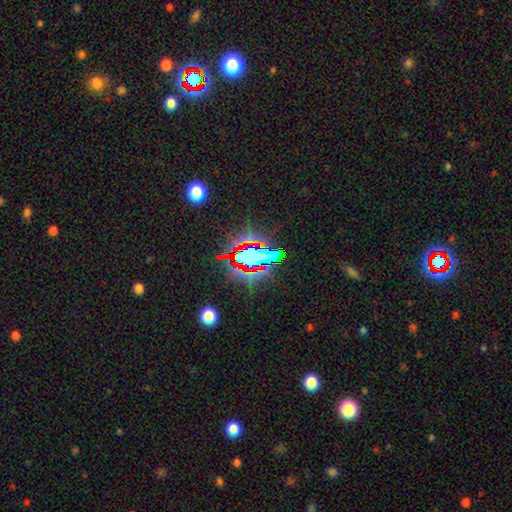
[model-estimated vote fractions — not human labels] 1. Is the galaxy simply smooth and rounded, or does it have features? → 66% star or artifact, 19% smooth, 15% featured or disk.